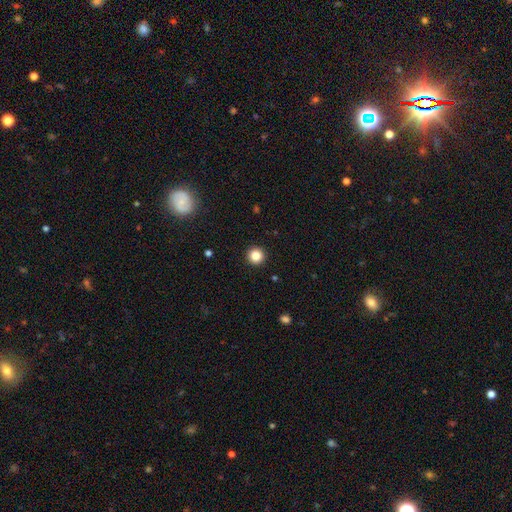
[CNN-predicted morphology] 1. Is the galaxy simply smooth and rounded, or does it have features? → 84% smooth, 11% star or artifact, 5% featured or disk.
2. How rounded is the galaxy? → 96% round, 3% in between, 1% cigar-shaped.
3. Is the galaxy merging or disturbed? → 93% none, 4% minor disturbance, 2% major disturbance, 1% merger.